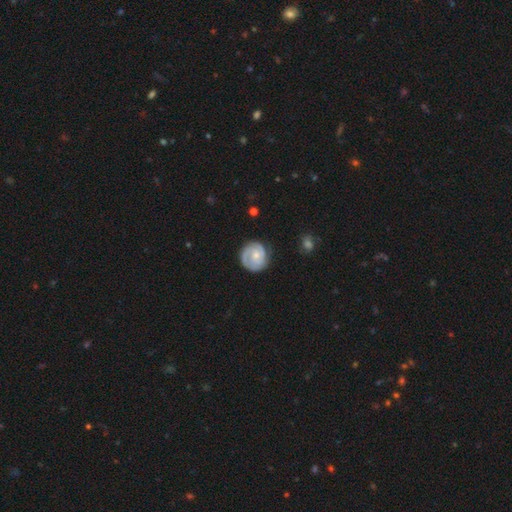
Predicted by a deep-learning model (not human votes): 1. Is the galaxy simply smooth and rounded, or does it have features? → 75% featured or disk, 20% smooth, 5% star or artifact.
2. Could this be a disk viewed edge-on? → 98% no, 2% yes.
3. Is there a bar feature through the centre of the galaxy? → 69% no, 26% weak, 5% strong.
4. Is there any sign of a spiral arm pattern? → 93% yes, 7% no.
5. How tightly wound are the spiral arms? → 65% tight, 28% medium, 7% loose.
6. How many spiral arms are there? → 58% 2, 17% can't tell, 11% 3, 10% 1, 2% 4, 2% more than 4.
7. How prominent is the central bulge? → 54% small, 40% moderate, 3% none, 2% large, 1% dominant.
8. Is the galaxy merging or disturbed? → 77% none, 16% minor disturbance, 5% major disturbance, 1% merger.